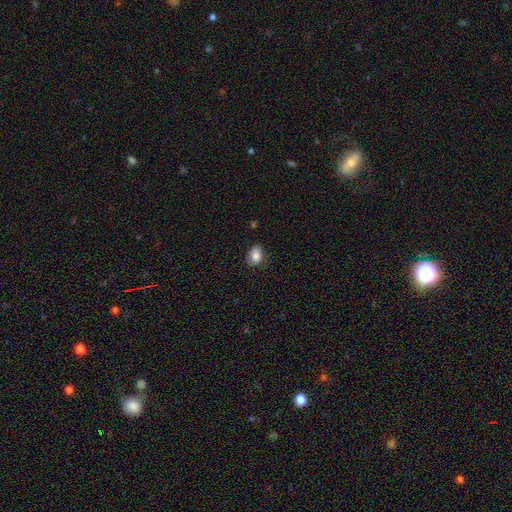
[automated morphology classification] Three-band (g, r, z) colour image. It shows a smooth galaxy with no disk features (87%) that is in between round and cigar-shaped (75%). Merging: none (81%).